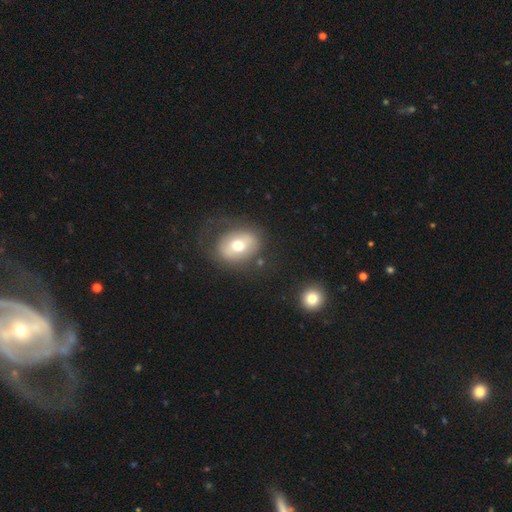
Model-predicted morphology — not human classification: Q: Smooth or featured?
A: featured or disk (49%); runner-up: smooth (34%)
Q: Merging?
A: none (70%); runner-up: minor disturbance (15%)